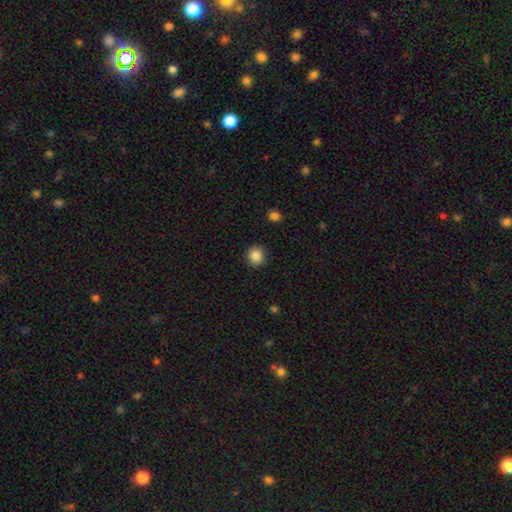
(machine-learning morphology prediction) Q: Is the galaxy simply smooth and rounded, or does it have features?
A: smooth — 87%.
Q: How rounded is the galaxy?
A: round — 85%.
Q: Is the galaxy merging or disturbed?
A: none — 91%.